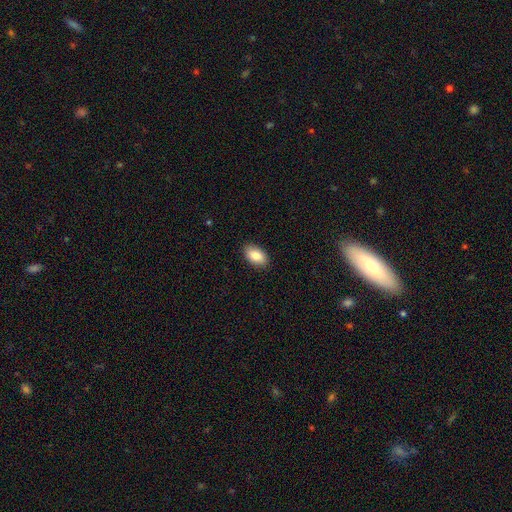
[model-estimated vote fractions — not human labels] Morphology: type=smooth (84%); roundness=in between (93%); merging=none (89%).